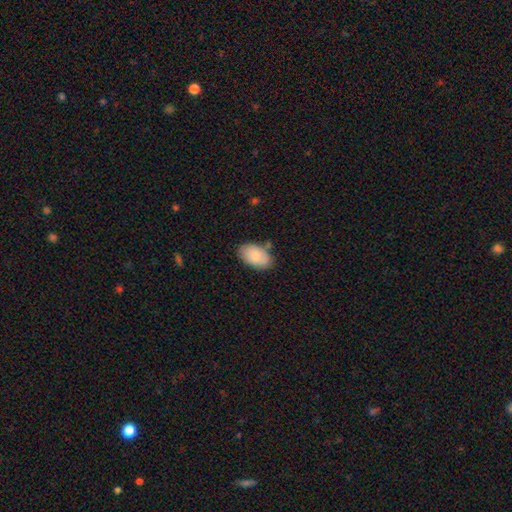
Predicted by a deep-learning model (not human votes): Smooth or featured? smooth (82%)
How rounded? in between (94%)
Merging? none (76%)